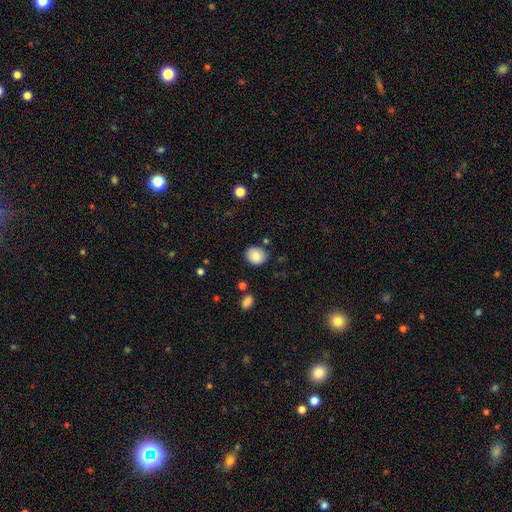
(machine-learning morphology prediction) A smooth galaxy with no disk features (82%) that is round (64%). Merging: none (82%).